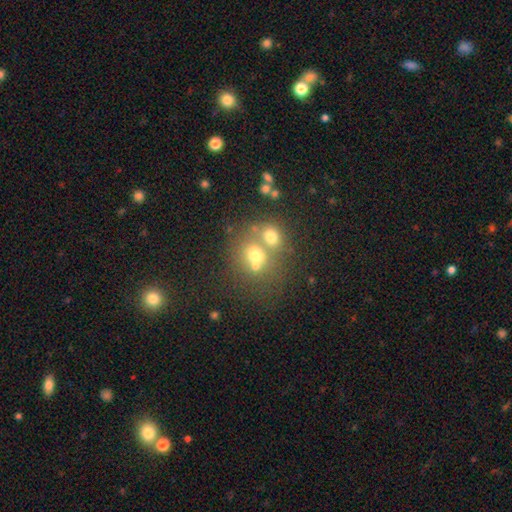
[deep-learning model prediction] Q: Smooth or featured?
A: smooth (61%); runner-up: featured or disk (21%)
Q: How rounded?
A: round (71%); runner-up: in between (28%)
Q: Merging?
A: merger (53%); runner-up: none (35%)